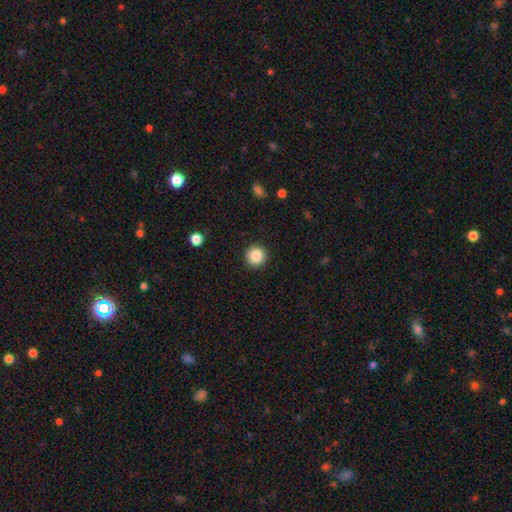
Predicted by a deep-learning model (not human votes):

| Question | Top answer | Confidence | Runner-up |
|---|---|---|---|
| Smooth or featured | smooth | 87% | star or artifact (9%) |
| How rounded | round | 95% | in between (4%) |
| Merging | none | 92% | minor disturbance (5%) |